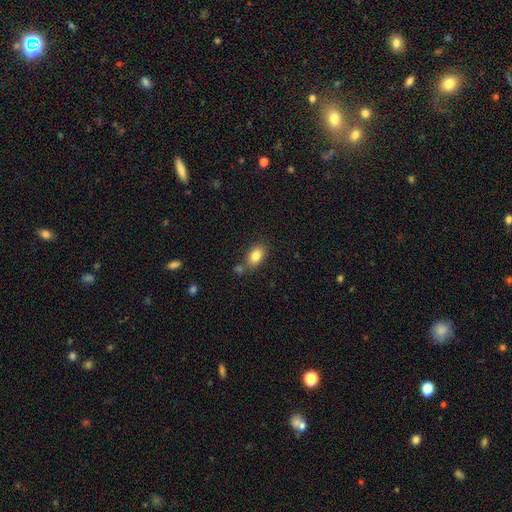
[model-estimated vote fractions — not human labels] This appears to be a smooth galaxy with no disk features (83%) that is in between round and cigar-shaped (84%). Merging: none (66%).